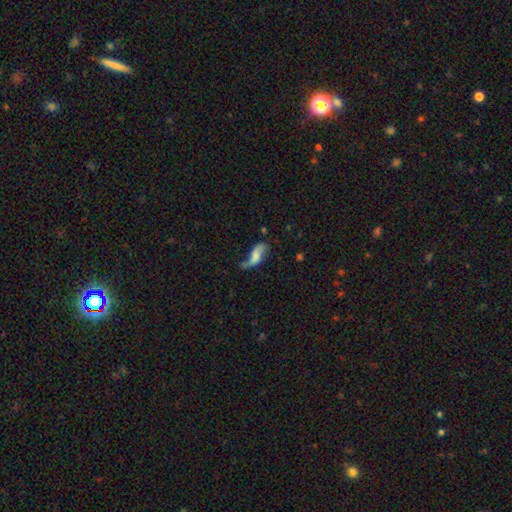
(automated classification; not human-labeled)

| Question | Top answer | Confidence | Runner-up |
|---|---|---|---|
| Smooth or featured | featured or disk | 54% | smooth (37%) |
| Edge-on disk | no | 89% | yes (11%) |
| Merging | none | 42% | minor disturbance (28%) |